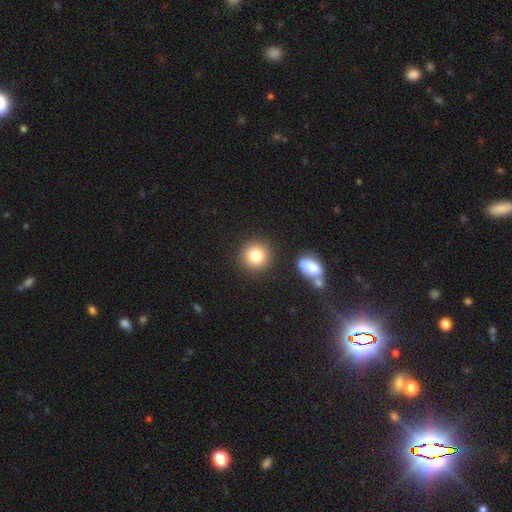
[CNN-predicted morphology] Smooth or featured? Predicted: smooth (p=0.81). How rounded? Predicted: round (p=0.91). Merging? Predicted: none (p=0.85).